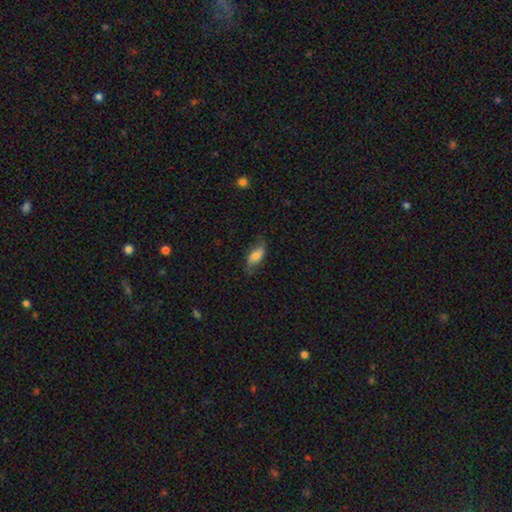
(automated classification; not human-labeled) Smooth or featured? Predicted: smooth (p=0.66). How rounded? Predicted: in between (p=0.84). Merging? Predicted: none (p=0.66).